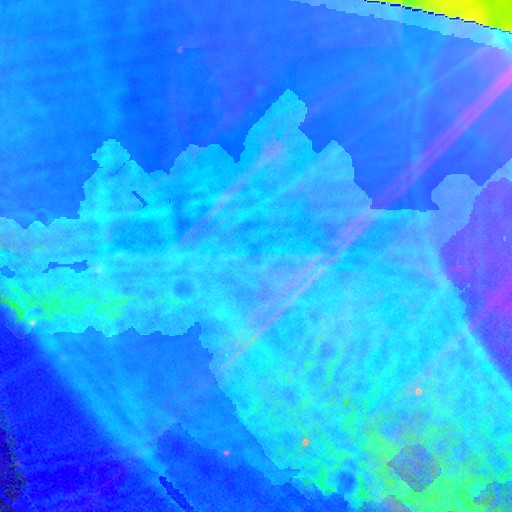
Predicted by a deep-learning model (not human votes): Smooth or featured: star or artifact — 84% (featured or disk — 9%)